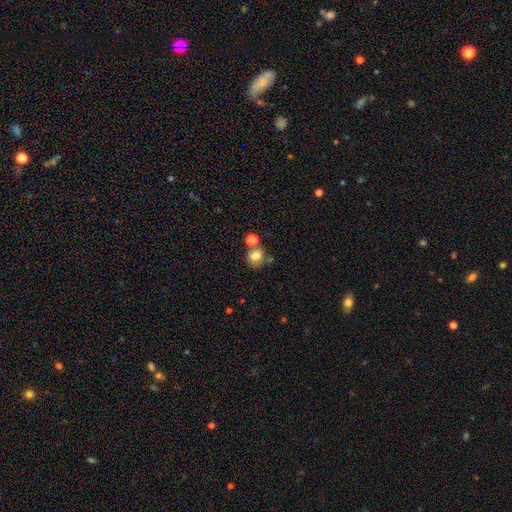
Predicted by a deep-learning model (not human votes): Smooth or featured: smooth — 76% (featured or disk — 13%)
How rounded: round — 51% (in between — 48%)
Merging: none — 48% (merger — 27%)